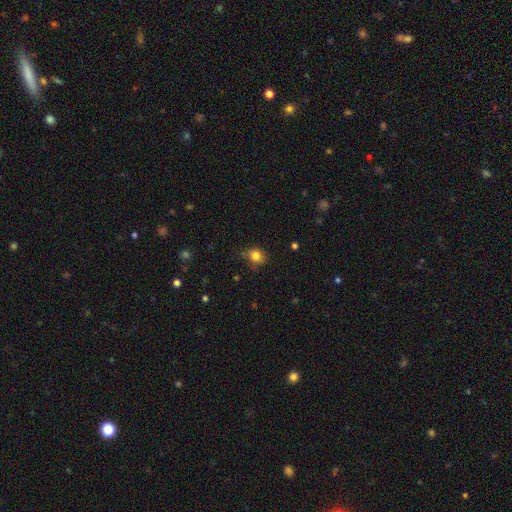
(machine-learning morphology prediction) The model was most divided on "how rounded": round: 71%, in between: 28%, cigar-shaped: 1%. More confident: smooth or featured — smooth (82%); merging — none (67%).